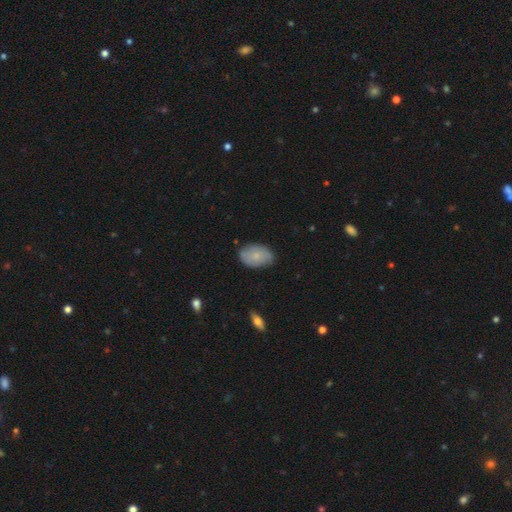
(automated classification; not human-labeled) Smooth or featured? smooth (72%)
How rounded? in between (90%)
Merging? none (74%)